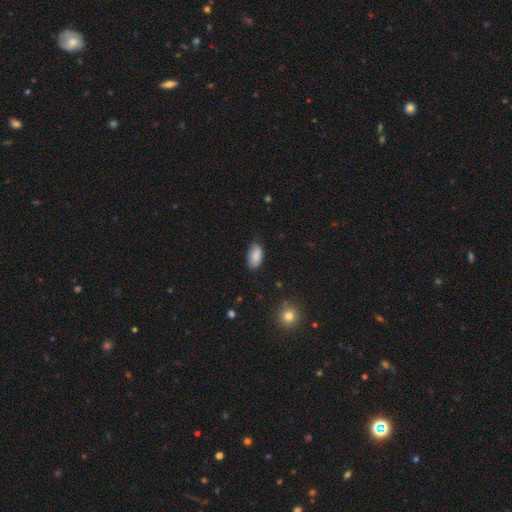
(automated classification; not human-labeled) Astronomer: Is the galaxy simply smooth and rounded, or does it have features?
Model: smooth — 86%.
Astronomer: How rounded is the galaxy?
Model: in between — 94%.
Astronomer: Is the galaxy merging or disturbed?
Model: none — 72%.